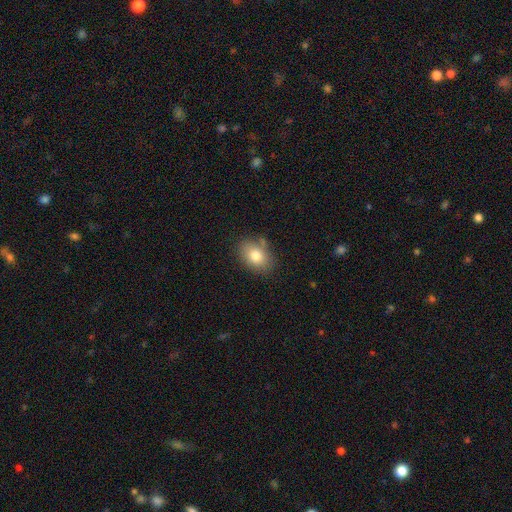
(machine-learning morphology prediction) Smooth or featured? Predicted: smooth (p=0.79). How rounded? Predicted: in between (p=0.73). Merging? Predicted: none (p=0.76).